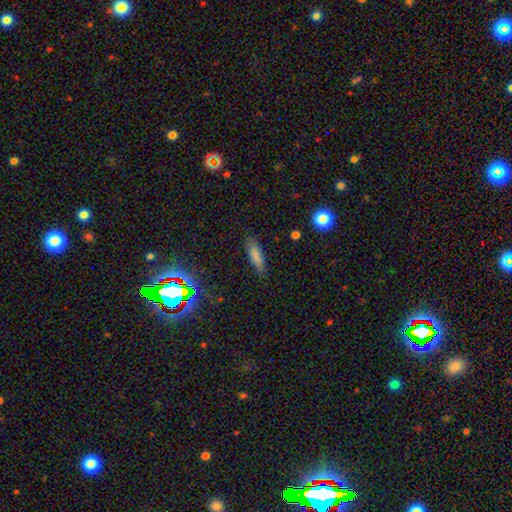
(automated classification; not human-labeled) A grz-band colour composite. It shows a smooth galaxy with no disk features (80%) that is cigar-shaped (55%). Merging: none (80%).